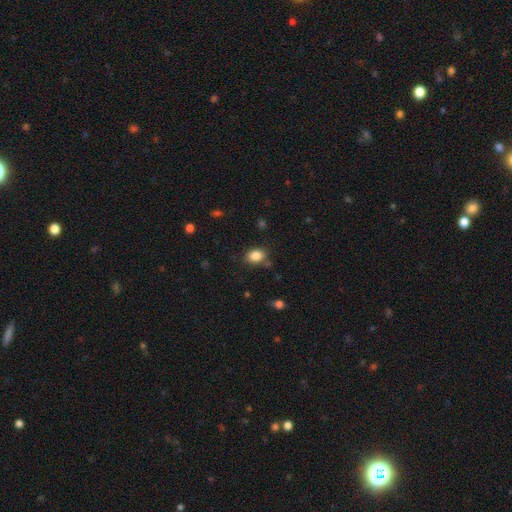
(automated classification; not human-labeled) The model was most divided on "how rounded": in between: 66%, round: 33%, cigar-shaped: 1%. More confident: smooth or featured — smooth (85%); merging — none (77%).